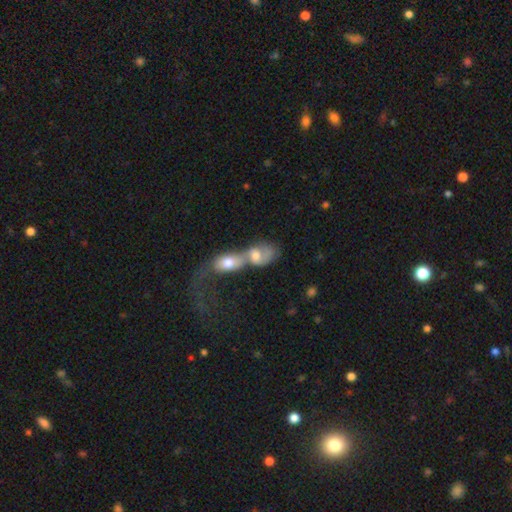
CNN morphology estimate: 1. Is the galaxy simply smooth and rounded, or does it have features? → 49% smooth, 40% featured or disk, 10% star or artifact.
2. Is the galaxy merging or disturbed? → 82% merger, 7% major disturbance, 7% none, 4% minor disturbance.